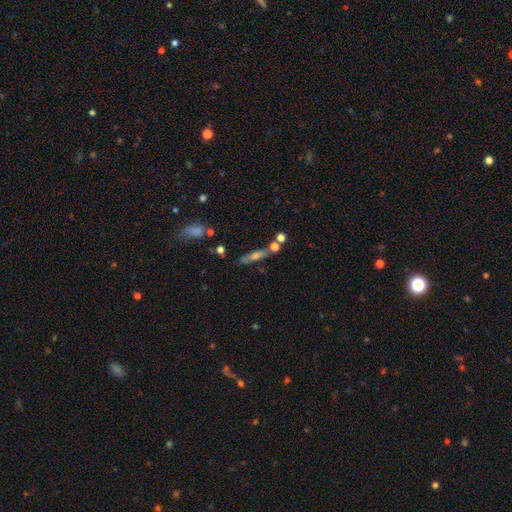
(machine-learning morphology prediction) Overall: smooth (46%; featured or disk 43%). Merging: none (69%).